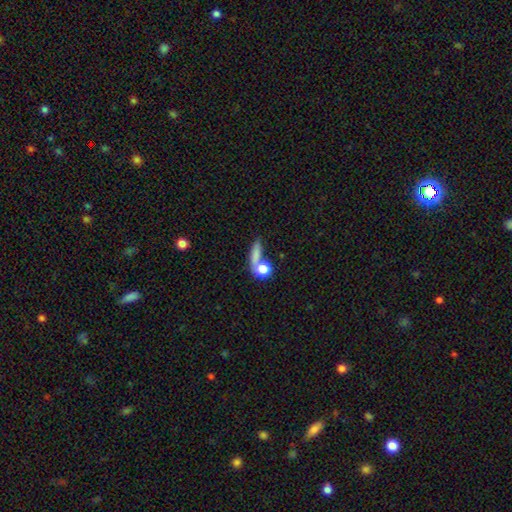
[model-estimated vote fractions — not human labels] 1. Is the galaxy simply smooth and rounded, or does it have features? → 73% smooth, 14% star or artifact, 13% featured or disk.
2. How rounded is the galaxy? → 41% cigar-shaped, 31% round, 29% in between.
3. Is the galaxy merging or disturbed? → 57% none, 22% merger, 12% minor disturbance, 8% major disturbance.